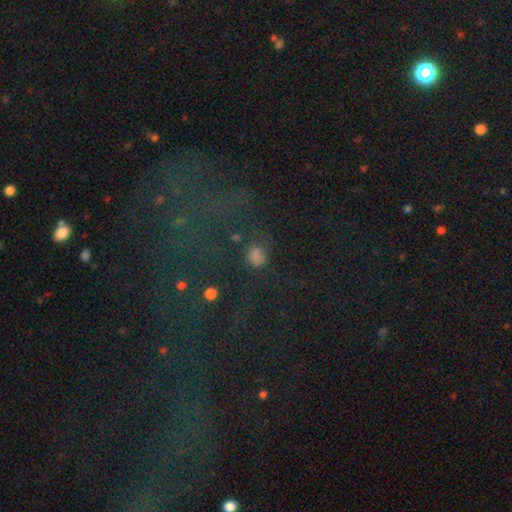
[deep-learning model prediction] A smooth galaxy with no disk features (53%) that is round (61%).

Vote fractions:
- Smooth or featured? smooth: 53% / star or artifact: 35% / featured or disk: 12%
- How rounded? round: 61% / in between: 36% / cigar-shaped: 3%
- Merging? none: 56% / minor disturbance: 18% / major disturbance: 16% / merger: 10%